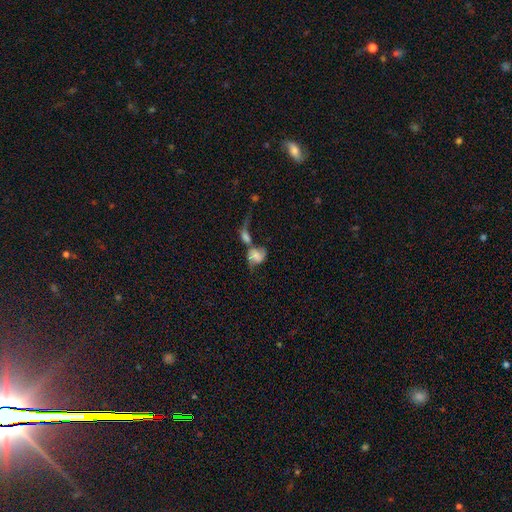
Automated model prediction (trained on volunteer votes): smooth_or_featured: featured or disk (p=0.46) [alt: smooth p=0.44]
merging: merger (p=0.63) [alt: none p=0.15]